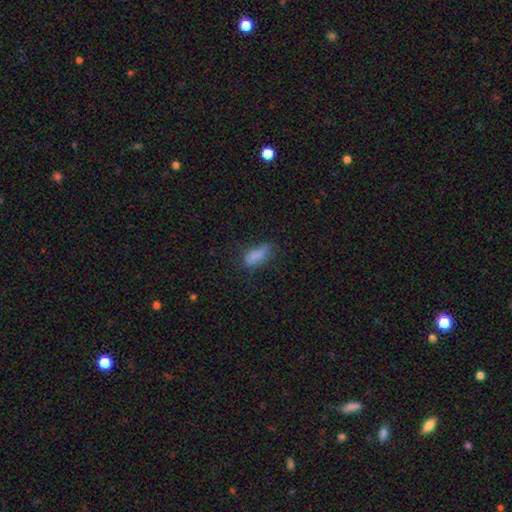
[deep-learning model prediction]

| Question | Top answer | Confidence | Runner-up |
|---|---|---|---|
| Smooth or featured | smooth | 81% | star or artifact (10%) |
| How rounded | in between | 73% | cigar-shaped (24%) |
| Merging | none | 55% | minor disturbance (30%) |